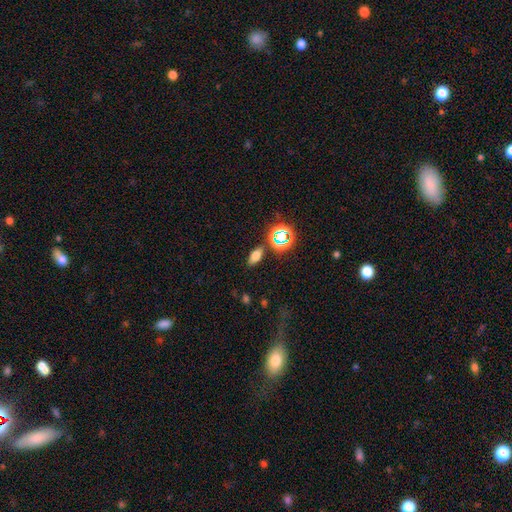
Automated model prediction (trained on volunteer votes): smooth 69%, star or artifact 20%, featured or disk 11%. Down the decision tree: how rounded — in between (81%); merging — none (83%).